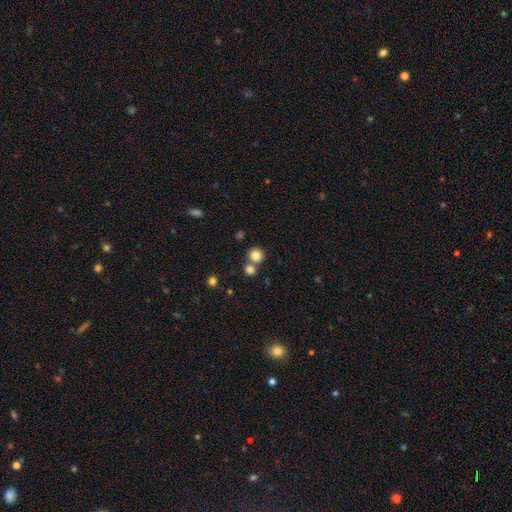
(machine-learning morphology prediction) type=smooth (83%); roundness=round (90%); merging=none (62%).